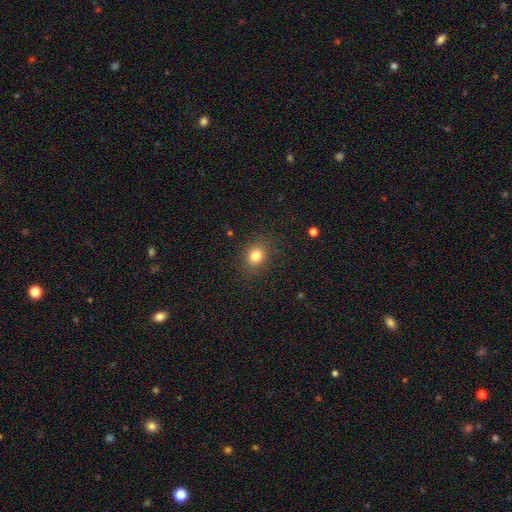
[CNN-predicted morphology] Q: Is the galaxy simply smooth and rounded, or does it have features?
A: smooth — 81%.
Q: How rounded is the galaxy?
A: round — 58%.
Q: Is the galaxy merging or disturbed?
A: none — 86%.